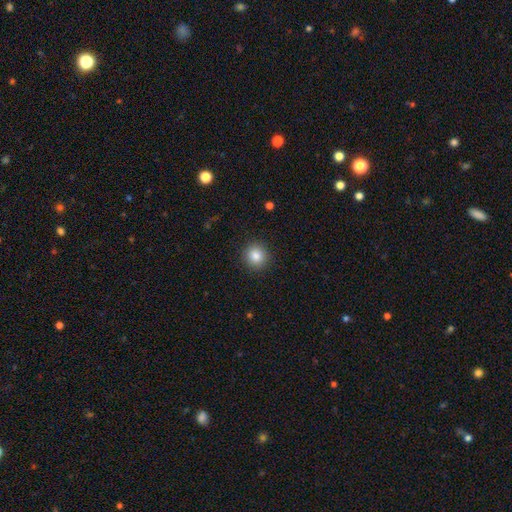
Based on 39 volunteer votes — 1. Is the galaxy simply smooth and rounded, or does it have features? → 82% smooth, 10% featured or disk, 8% star or artifact.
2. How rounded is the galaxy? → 88% round, 12% in between, 0% cigar-shaped.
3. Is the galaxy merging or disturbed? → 81% none, 11% minor disturbance, 8% major disturbance, 0% merger.